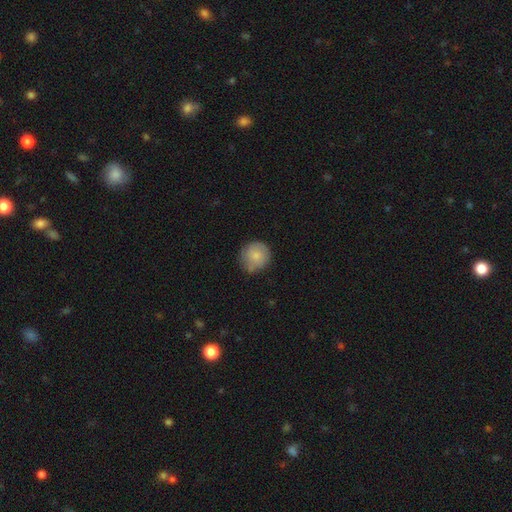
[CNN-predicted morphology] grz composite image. It shows a smooth galaxy with no disk features (81%) that is round (92%). Merging: none (72%).